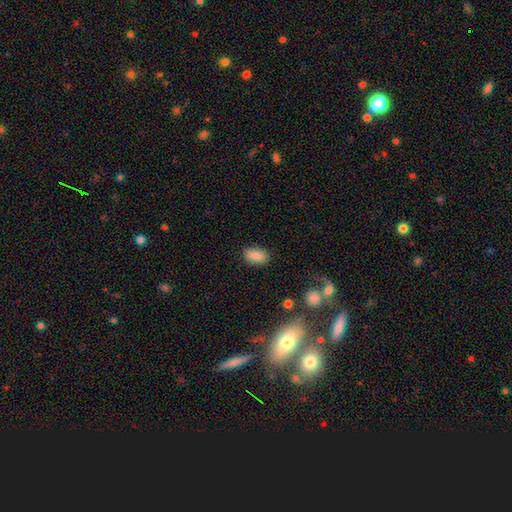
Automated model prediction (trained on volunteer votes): Smooth or featured?
  - smooth: 85% *
  - star or artifact: 8%
  - featured or disk: 7%
How rounded?
  - in between: 90% *
  - round: 7%
  - cigar-shaped: 3%
Merging?
  - none: 85% *
  - minor disturbance: 11%
  - major disturbance: 3%
  - merger: 2%